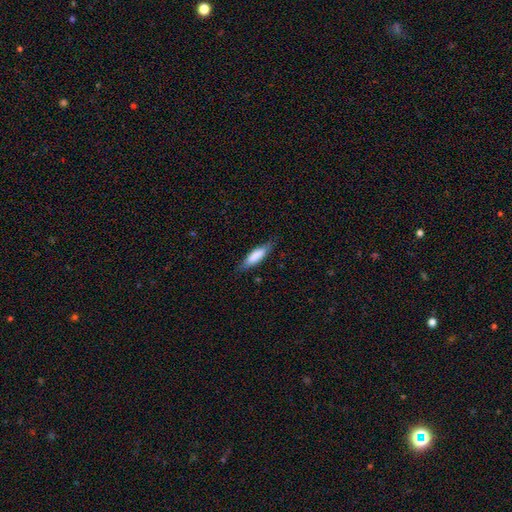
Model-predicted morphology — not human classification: Q: Smooth or featured?
A: smooth (75%); runner-up: featured or disk (19%)
Q: How rounded?
A: cigar-shaped (59%); runner-up: in between (40%)
Q: Merging?
A: none (79%); runner-up: minor disturbance (16%)